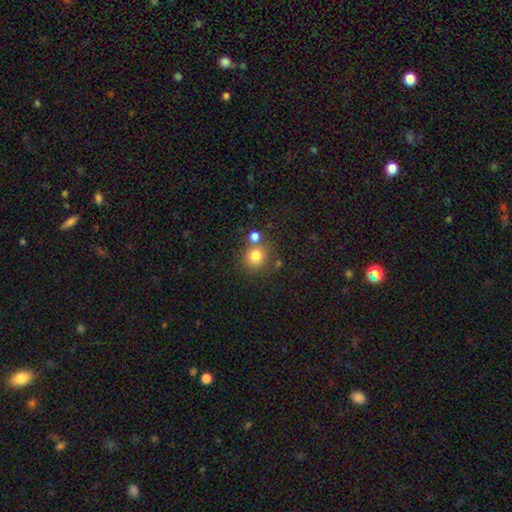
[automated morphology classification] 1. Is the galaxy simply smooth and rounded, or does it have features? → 80% smooth, 13% star or artifact, 8% featured or disk.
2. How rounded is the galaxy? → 88% round, 11% in between, 1% cigar-shaped.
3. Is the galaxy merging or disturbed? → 68% none, 19% merger, 9% minor disturbance, 4% major disturbance.